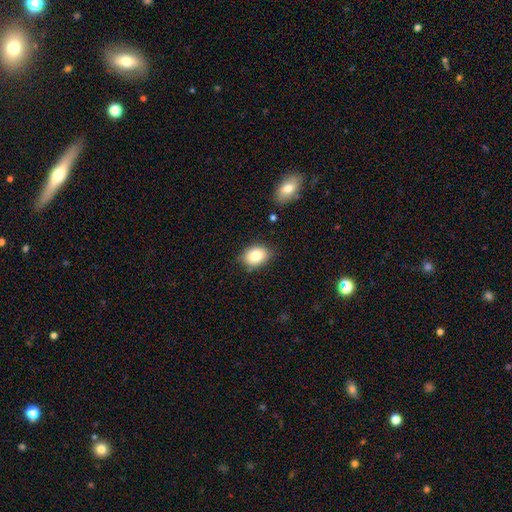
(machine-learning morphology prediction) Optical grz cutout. It shows a smooth galaxy with no disk features (81%) that is in between round and cigar-shaped (65%). Merging: none (82%).